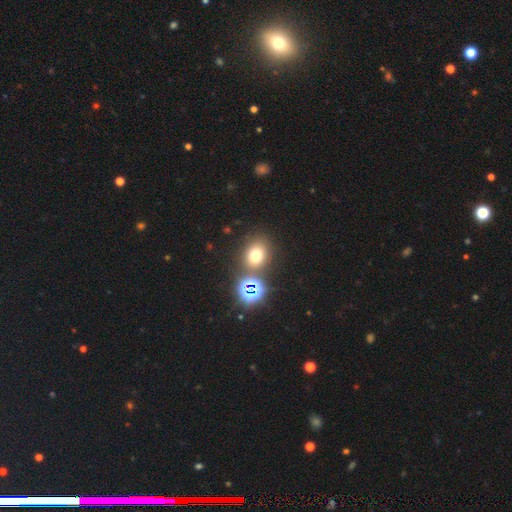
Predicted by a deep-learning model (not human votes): smooth 65%, star or artifact 26%, featured or disk 9%. Down the decision tree: how rounded — round (61%); merging — none (74%).